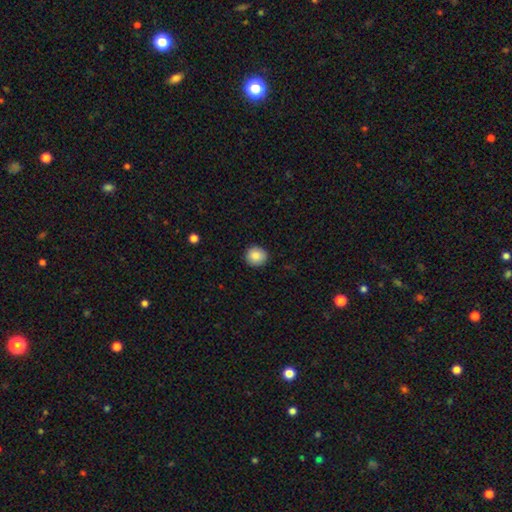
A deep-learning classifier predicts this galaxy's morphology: The model was most divided on "smooth or featured": smooth: 87%, star or artifact: 8%, featured or disk: 5%. More confident: how rounded — round (92%); merging — none (92%).